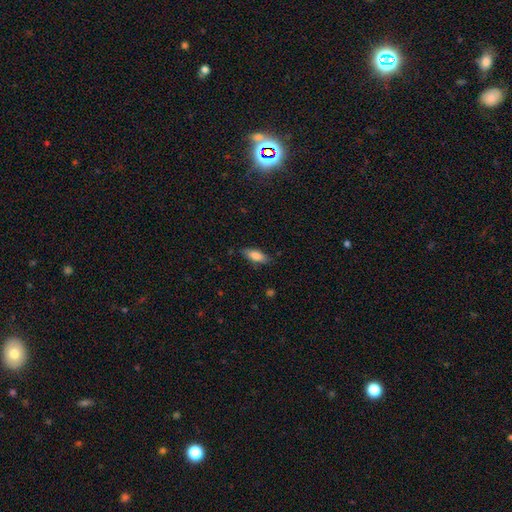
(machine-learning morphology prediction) Overall: smooth (79%). How rounded: in between (70%). Merging: none (81%).